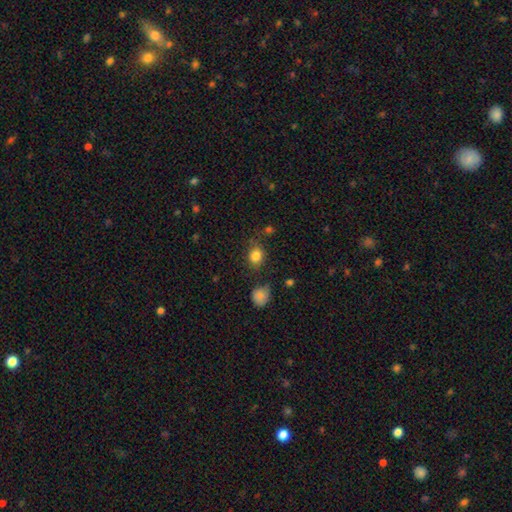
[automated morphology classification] Smooth or featured? smooth (83%)
How rounded? round (59%)
Merging? none (76%)